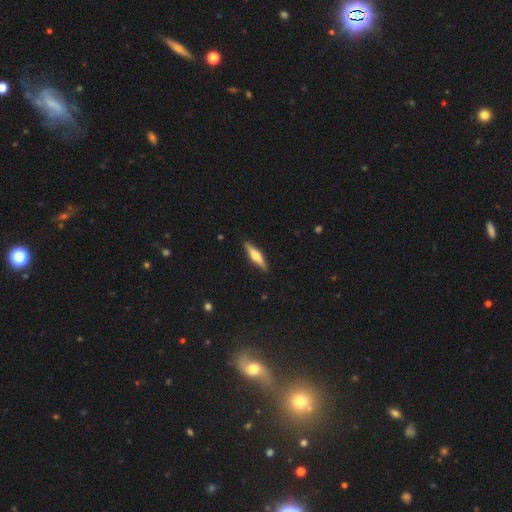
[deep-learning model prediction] Overall: featured or disk (54%; smooth 40%). Edge-on disk: yes (96%). Edge-on bulge: rounded (85%). Merging: none (90%).